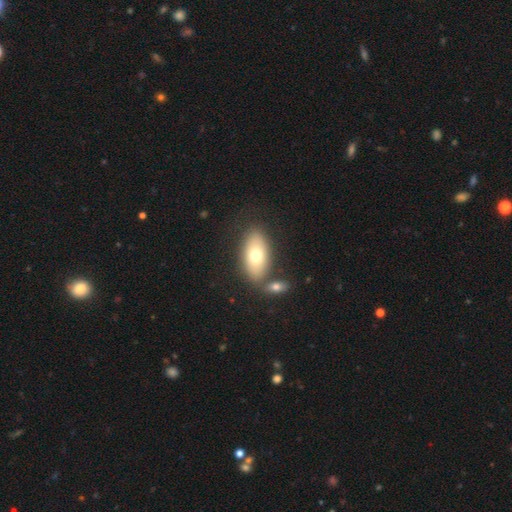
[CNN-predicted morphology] Q: Smooth or featured?
A: smooth (70%); runner-up: featured or disk (23%)
Q: How rounded?
A: in between (91%); runner-up: cigar-shaped (5%)
Q: Merging?
A: none (68%); runner-up: merger (17%)